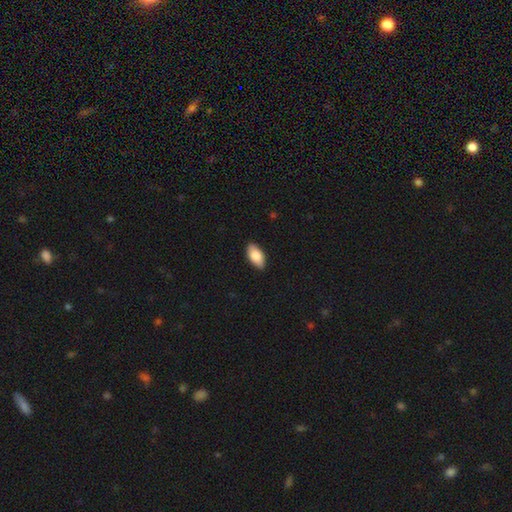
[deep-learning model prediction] smooth 85%, featured or disk 9%, star or artifact 6%. Down the decision tree: how rounded — in between (93%); merging — none (88%).